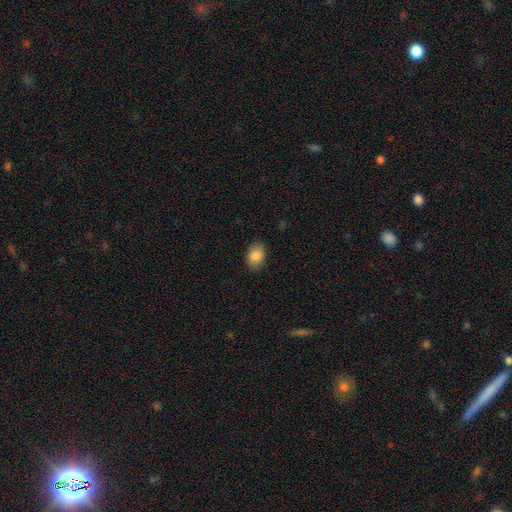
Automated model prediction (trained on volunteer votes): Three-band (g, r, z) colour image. It shows a smooth galaxy with no disk features (87%) that is in between round and cigar-shaped (82%). Merging: none (87%).